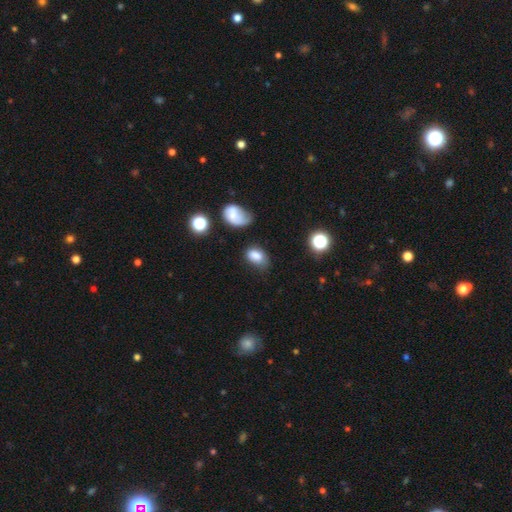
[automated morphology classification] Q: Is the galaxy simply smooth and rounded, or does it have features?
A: smooth — 80%.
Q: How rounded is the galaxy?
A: in between — 83%.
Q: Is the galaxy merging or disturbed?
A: none — 57%.